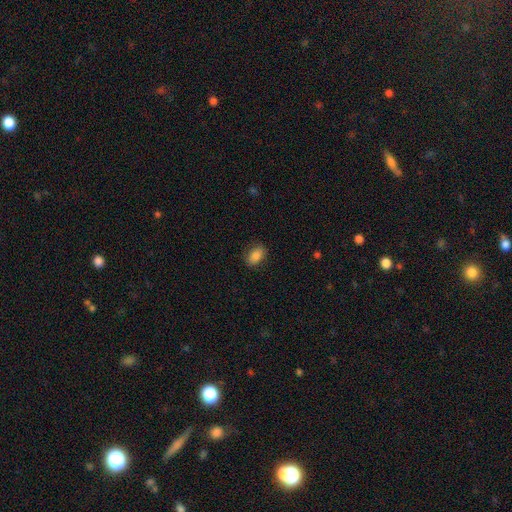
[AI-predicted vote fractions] Q: Smooth or featured?
A: smooth (85%); runner-up: star or artifact (8%)
Q: How rounded?
A: in between (87%); runner-up: round (11%)
Q: Merging?
A: none (83%); runner-up: minor disturbance (12%)